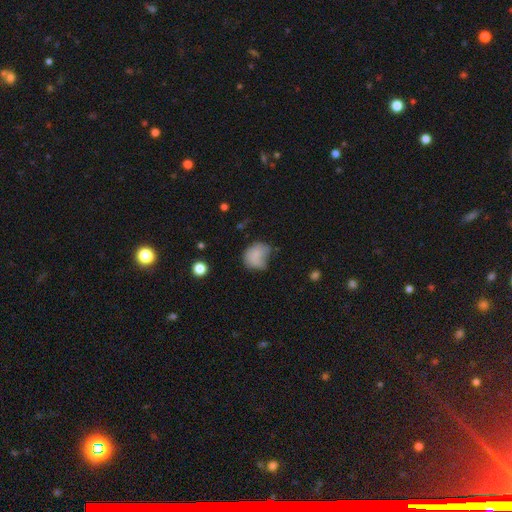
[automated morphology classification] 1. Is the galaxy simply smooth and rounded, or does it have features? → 74% smooth, 16% featured or disk, 10% star or artifact.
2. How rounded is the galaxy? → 58% round, 41% in between, 1% cigar-shaped.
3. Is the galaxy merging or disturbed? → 37% none, 34% minor disturbance, 23% major disturbance, 6% merger.